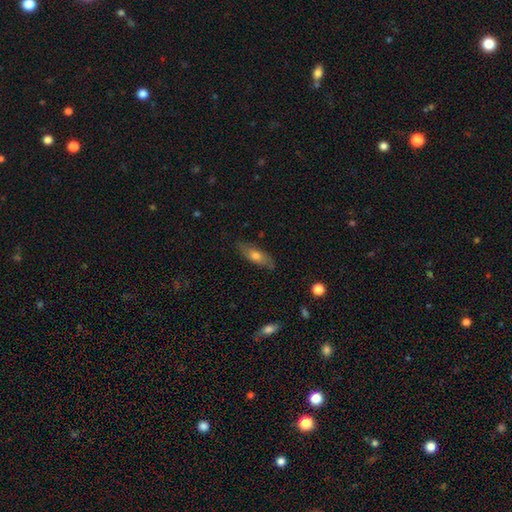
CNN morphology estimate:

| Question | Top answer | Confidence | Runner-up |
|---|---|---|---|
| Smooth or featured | smooth | 58% | featured or disk (35%) |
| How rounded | in between | 61% | cigar-shaped (35%) |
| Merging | none | 80% | minor disturbance (16%) |